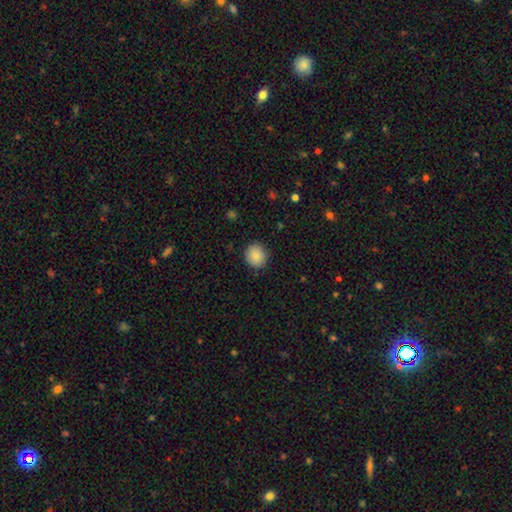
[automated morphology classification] This appears to be a smooth galaxy with no disk features (86%) that is round (83%). Merging: none (89%).